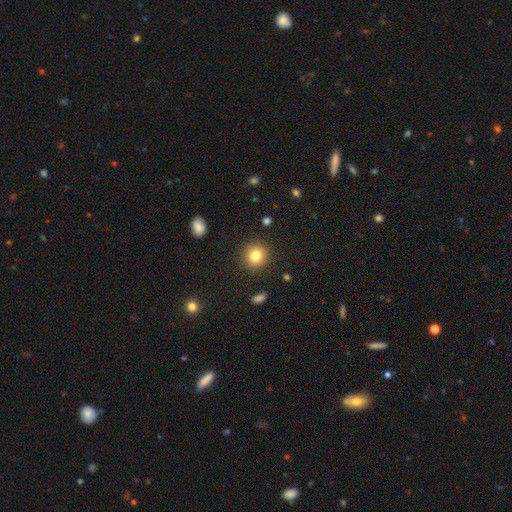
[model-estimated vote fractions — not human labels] Morphology: type=smooth (81%); roundness=round (91%); merging=none (90%).